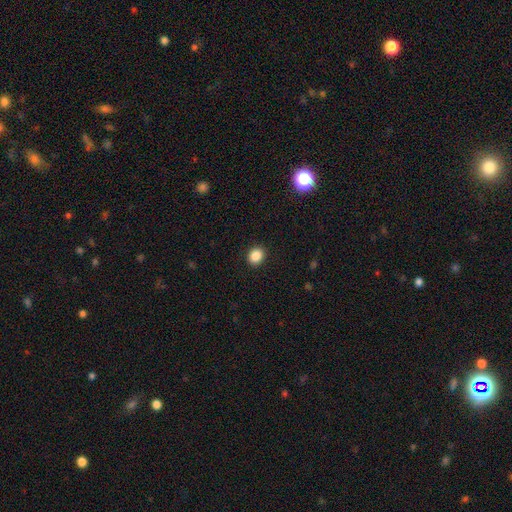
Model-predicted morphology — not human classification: Smooth or featured? smooth (87%)
How rounded? round (63%)
Merging? none (91%)